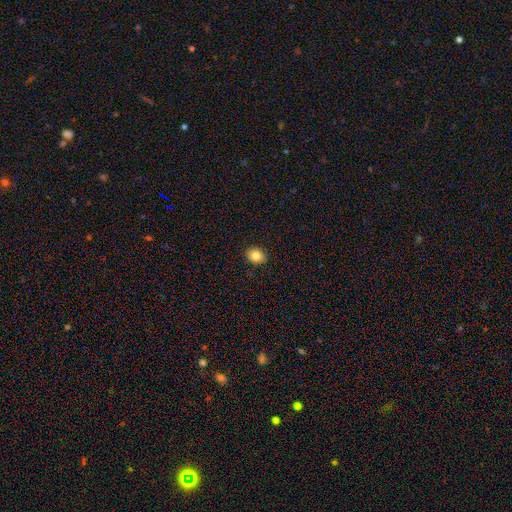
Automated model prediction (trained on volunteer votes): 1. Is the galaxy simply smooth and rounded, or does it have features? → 83% smooth, 10% star or artifact, 7% featured or disk.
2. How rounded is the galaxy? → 52% round, 47% in between, 1% cigar-shaped.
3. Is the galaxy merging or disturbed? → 89% none, 8% minor disturbance, 2% major disturbance, 1% merger.